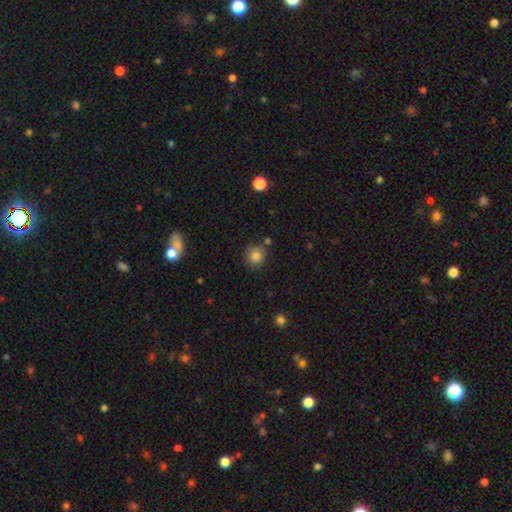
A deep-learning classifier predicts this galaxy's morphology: smooth-or-featured: smooth: 83% | star or artifact: 11% | featured or disk: 6%
  how-rounded: round: 90% | in between: 9% | cigar-shaped: 1%
  merging: none: 80% | minor disturbance: 10% | merger: 6% | major disturbance: 3%